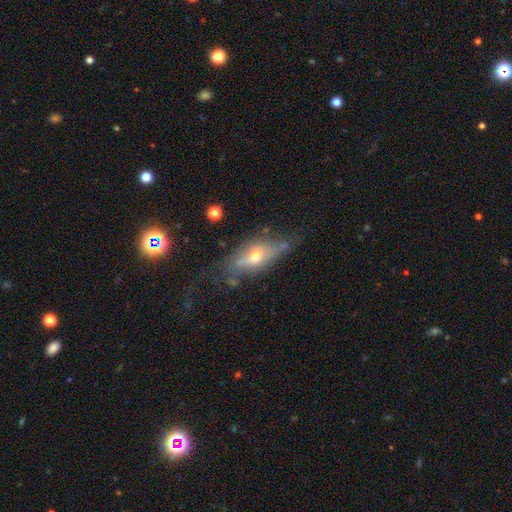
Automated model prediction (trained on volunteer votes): This appears to be a featured or disk galaxy (51%) viewed edge-on (53%). Merging: none (49%).